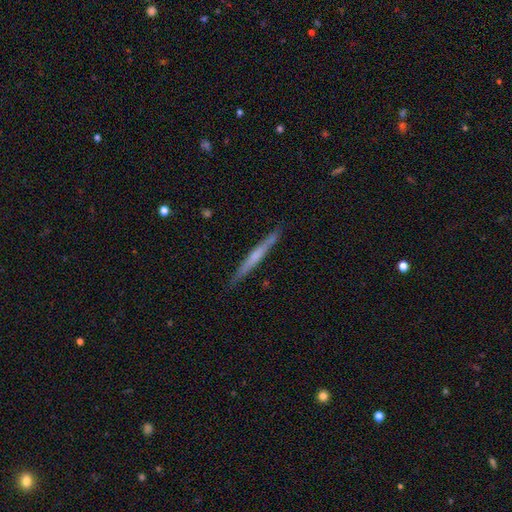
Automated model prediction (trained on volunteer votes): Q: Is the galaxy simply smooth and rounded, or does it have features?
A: featured or disk — 53%.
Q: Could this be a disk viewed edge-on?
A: yes — 97%.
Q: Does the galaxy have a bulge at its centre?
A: none — 63%.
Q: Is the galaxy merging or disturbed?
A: none — 89%.